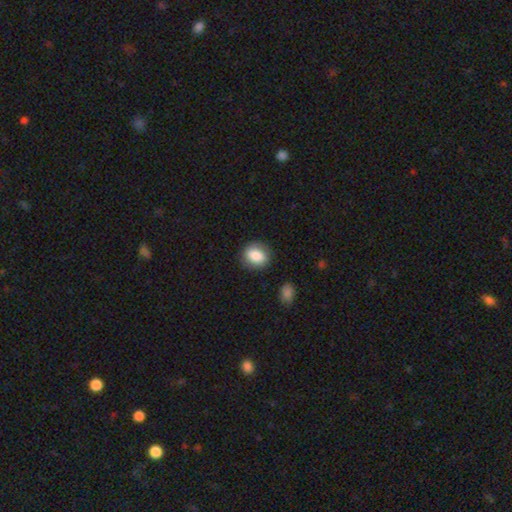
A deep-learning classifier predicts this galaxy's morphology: Overall: smooth (84%). How rounded: round (53%; in between 46%). Merging: none (82%).